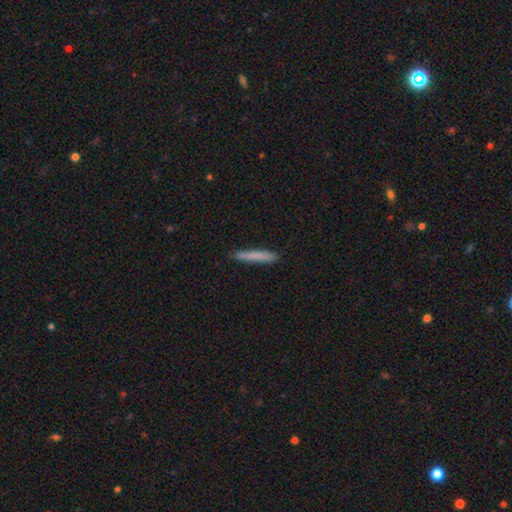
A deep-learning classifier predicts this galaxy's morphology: A smooth galaxy with no disk features (80%) that is cigar-shaped (96%). Merging: none (90%).